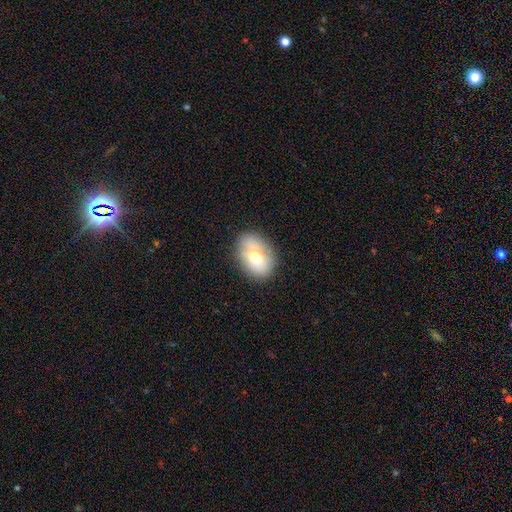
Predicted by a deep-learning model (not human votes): Smooth or featured? Predicted: smooth (p=0.68). How rounded? Predicted: in between (p=0.72). Merging? Predicted: none (p=0.79).